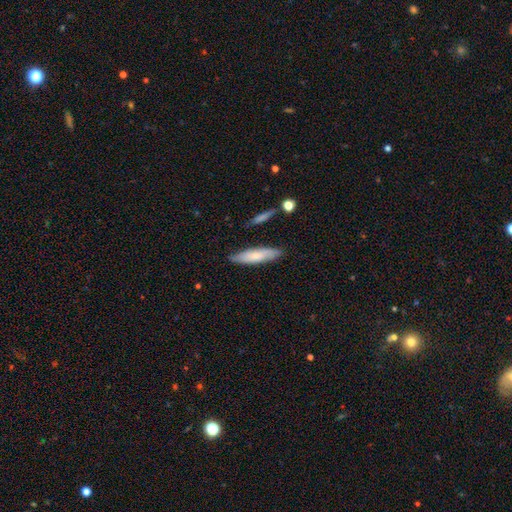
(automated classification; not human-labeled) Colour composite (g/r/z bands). It shows a smooth galaxy with no disk features (67%) that is cigar-shaped (69%). Merging: none (82%).